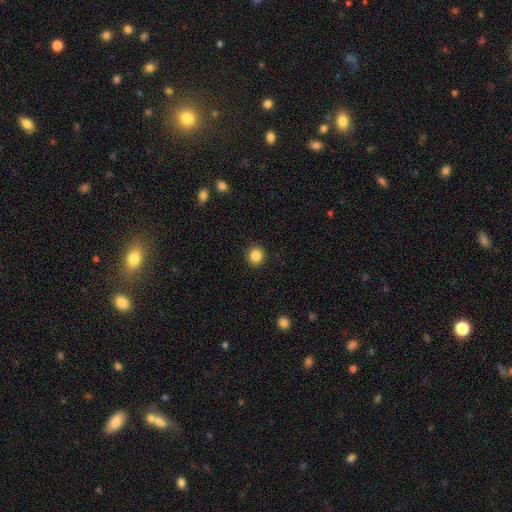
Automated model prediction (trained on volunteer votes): A smooth galaxy with no disk features (86%) that is round (82%).

Vote fractions:
- Smooth or featured? smooth: 86% / star or artifact: 10% / featured or disk: 4%
- How rounded? round: 82% / in between: 17% / cigar-shaped: 1%
- Merging? none: 92% / minor disturbance: 5% / major disturbance: 2% / merger: 1%